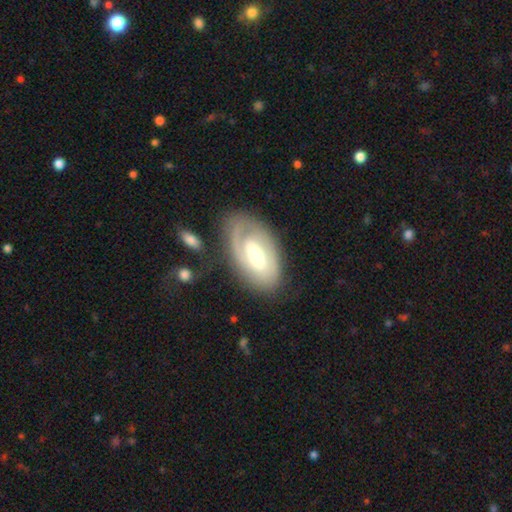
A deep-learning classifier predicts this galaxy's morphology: smooth_or_featured: featured or disk (p=0.74) [alt: smooth p=0.21]
disk_edge_on: no (p=0.94) [alt: yes p=0.06]
bar: weak (p=0.45) [alt: strong p=0.31]
has_spiral_arms: yes (p=0.82) [alt: no p=0.18]
spiral_winding: tight (p=0.57) [alt: medium p=0.31]
spiral_arm_count: 2 (p=0.47) [alt: can't tell p=0.23]
bulge_size: moderate (p=0.57) [alt: small p=0.33]
merging: none (p=0.70) [alt: minor disturbance p=0.18]